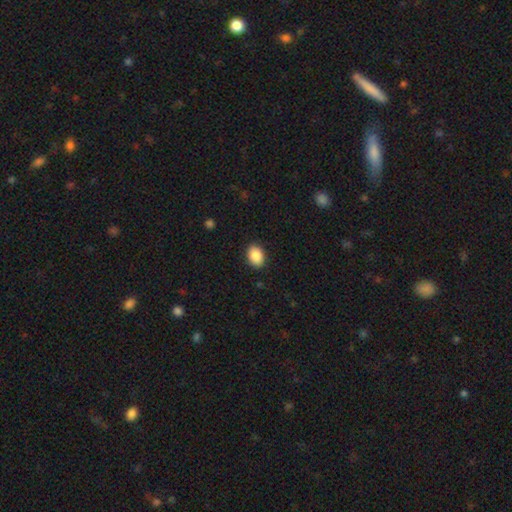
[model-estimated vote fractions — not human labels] This appears to be a smooth galaxy with no disk features (89%) that is in between round and cigar-shaped (77%). Merging: none (89%).